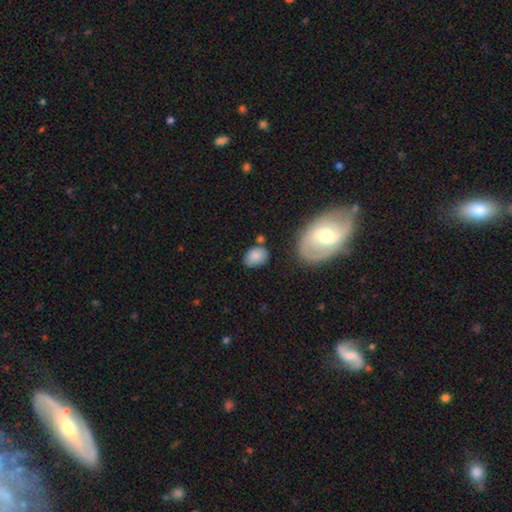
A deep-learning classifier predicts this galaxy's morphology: This is clearly a smooth galaxy (82%). How rounded: likely in between (73%). Merging: likely none (65%).